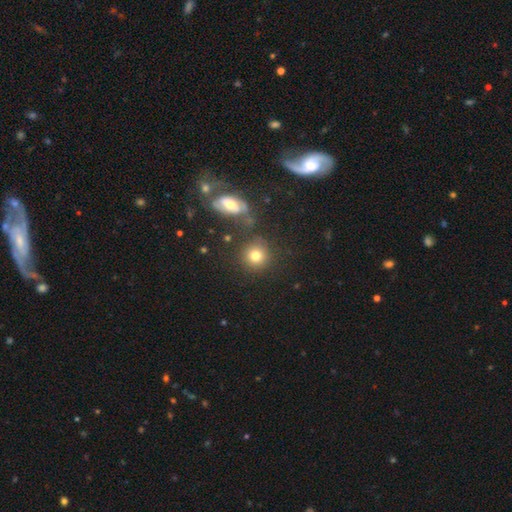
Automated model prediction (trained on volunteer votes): This is likely a smooth galaxy (78%). How rounded: clearly round (88%). Merging: likely none (74%).